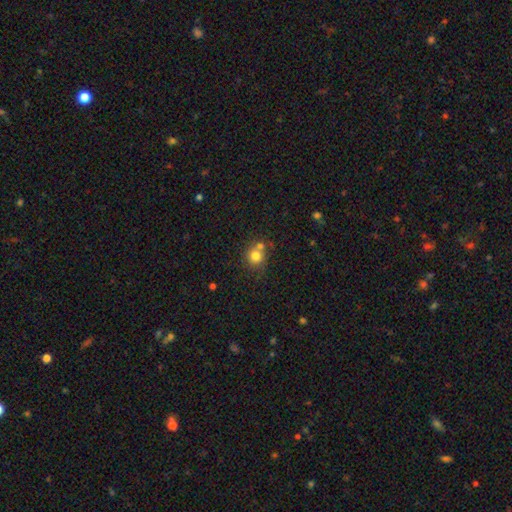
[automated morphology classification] A smooth galaxy with no disk features (79%) that is round (86%).

Vote fractions:
- Smooth or featured? smooth: 79% / star or artifact: 12% / featured or disk: 9%
- How rounded? round: 86% / in between: 13% / cigar-shaped: 1%
- Merging? none: 56% / merger: 29% / minor disturbance: 11% / major disturbance: 4%